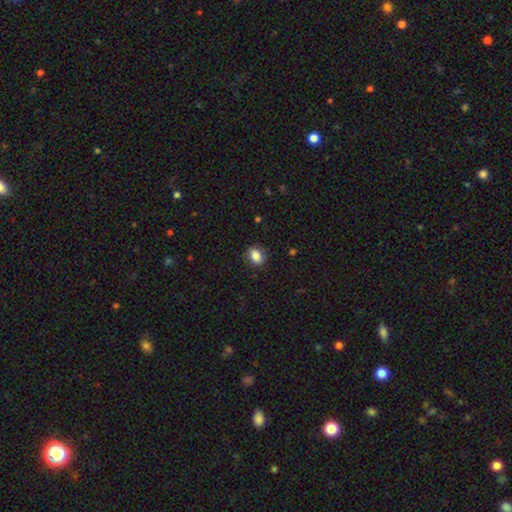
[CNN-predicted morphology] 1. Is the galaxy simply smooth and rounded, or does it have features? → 85% smooth, 9% star or artifact, 6% featured or disk.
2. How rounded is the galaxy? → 68% in between, 31% round, 1% cigar-shaped.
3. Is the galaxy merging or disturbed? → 84% none, 12% minor disturbance, 3% major disturbance, 1% merger.